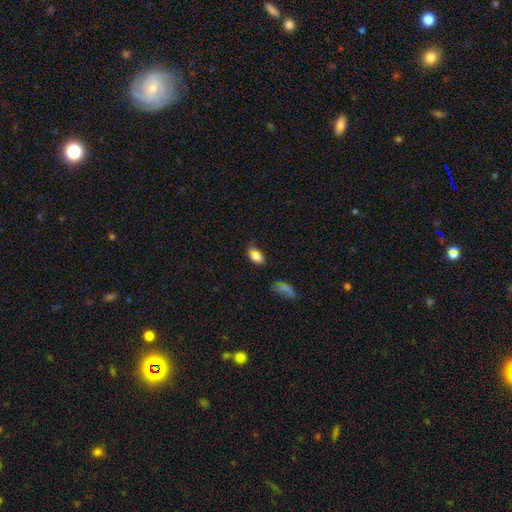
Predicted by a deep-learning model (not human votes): Q: Smooth or featured?
A: smooth (77%); runner-up: star or artifact (14%)
Q: How rounded?
A: in between (90%); runner-up: round (7%)
Q: Merging?
A: none (65%); runner-up: minor disturbance (22%)